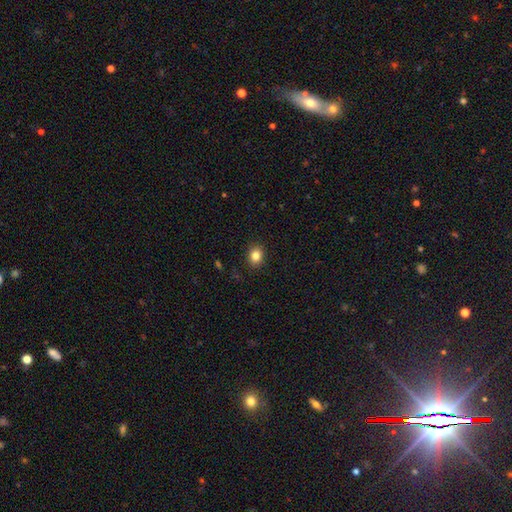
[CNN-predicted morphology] Smooth or featured? Predicted: smooth (p=0.84). How rounded? Predicted: round (p=0.50). Merging? Predicted: none (p=0.90).